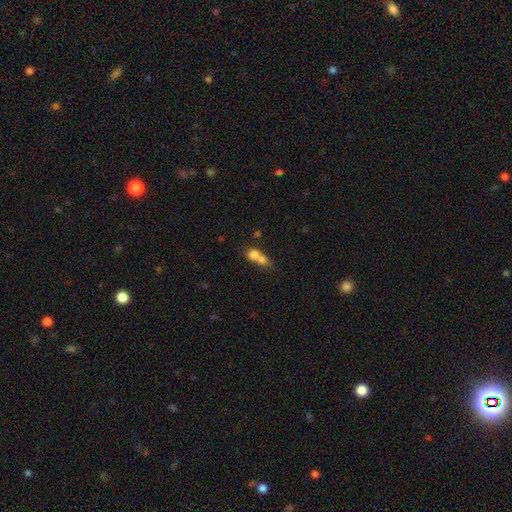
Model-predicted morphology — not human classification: Q: Smooth or featured?
A: smooth (72%); runner-up: featured or disk (18%)
Q: How rounded?
A: round (65%); runner-up: in between (31%)
Q: Merging?
A: merger (71%); runner-up: none (20%)